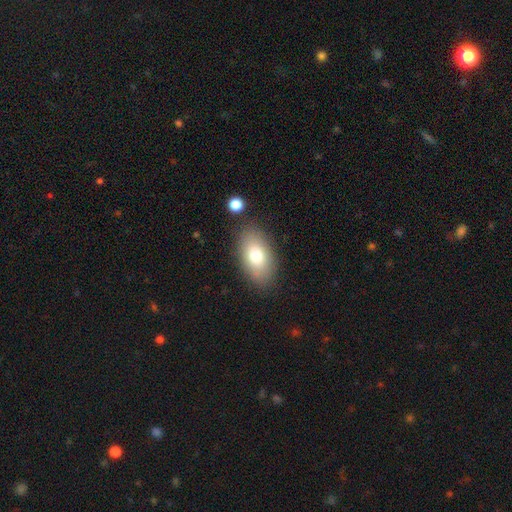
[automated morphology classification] Smooth or featured? Predicted: smooth (p=0.77). How rounded? Predicted: in between (p=0.92). Merging? Predicted: none (p=0.82).